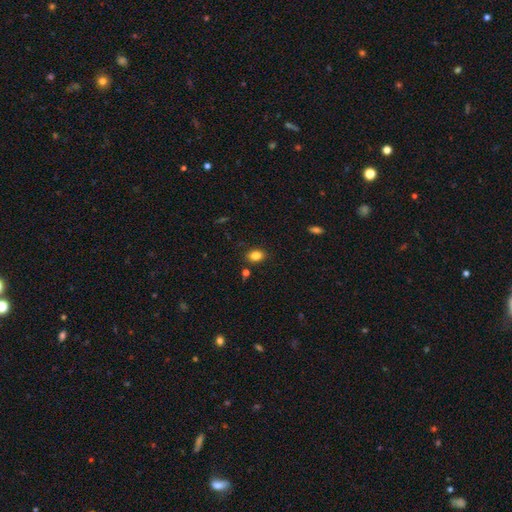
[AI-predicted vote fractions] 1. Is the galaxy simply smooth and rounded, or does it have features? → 83% smooth, 11% star or artifact, 6% featured or disk.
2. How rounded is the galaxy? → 70% in between, 28% round, 1% cigar-shaped.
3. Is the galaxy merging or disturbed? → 84% none, 10% minor disturbance, 3% merger, 3% major disturbance.